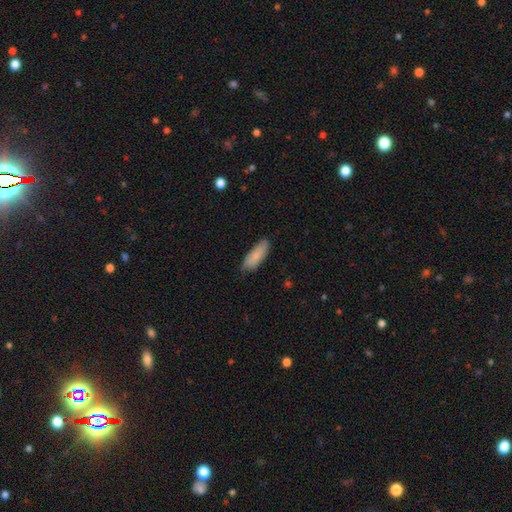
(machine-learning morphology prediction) Smooth or featured? smooth (83%)
How rounded? in between (67%)
Merging? none (76%)